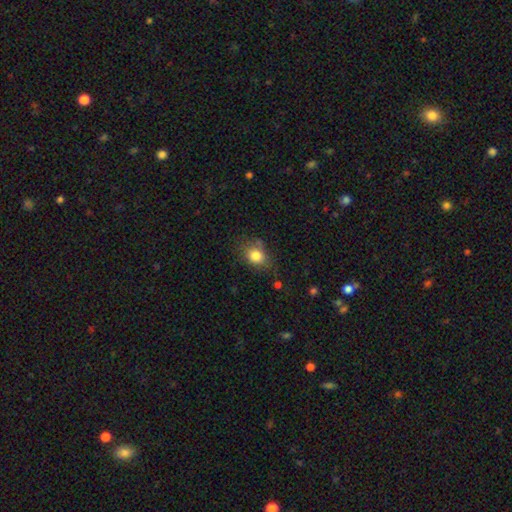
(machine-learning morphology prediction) smooth_or_featured: smooth (p=0.82) [alt: star or artifact p=0.10]
how_rounded: in between (p=0.52) [alt: round p=0.47]
merging: none (p=0.68) [alt: minor disturbance p=0.22]